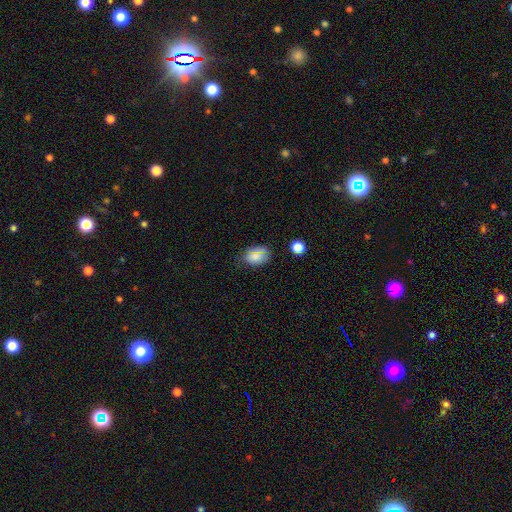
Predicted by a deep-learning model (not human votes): Morphology: type=smooth (76%); roundness=in between (80%); merging=none (76%).